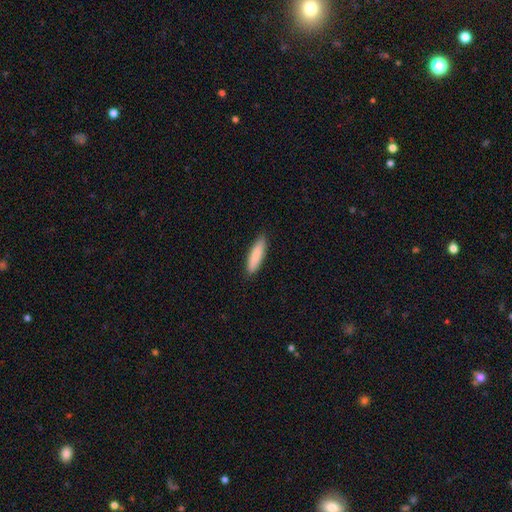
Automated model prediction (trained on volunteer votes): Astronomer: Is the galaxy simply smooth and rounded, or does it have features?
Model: smooth — 87%.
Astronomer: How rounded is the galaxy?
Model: cigar-shaped — 71%.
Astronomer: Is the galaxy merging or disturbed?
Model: none — 89%.